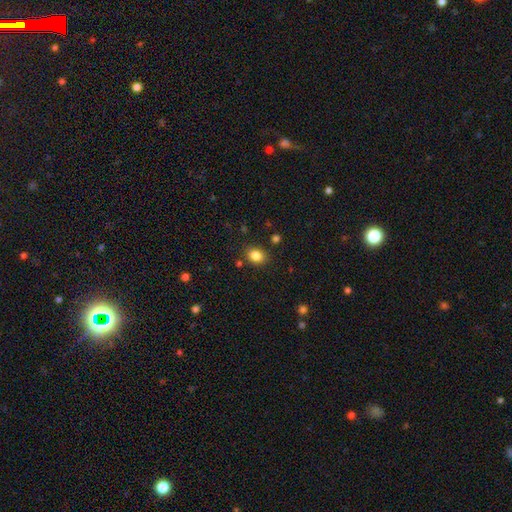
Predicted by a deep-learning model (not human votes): This appears to be a smooth galaxy with no disk features (84%) that is in between round and cigar-shaped (52%). Merging: none (84%).